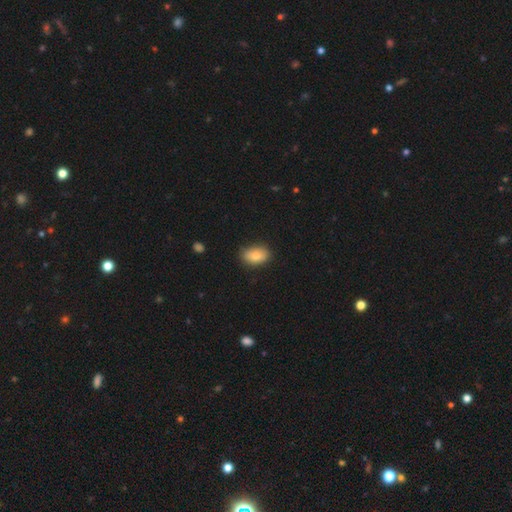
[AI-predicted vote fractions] Smooth or featured?
  - smooth: 83% *
  - featured or disk: 10%
  - star or artifact: 7%
How rounded?
  - in between: 87% *
  - round: 11%
  - cigar-shaped: 2%
Merging?
  - none: 83% *
  - minor disturbance: 14%
  - major disturbance: 2%
  - merger: 1%